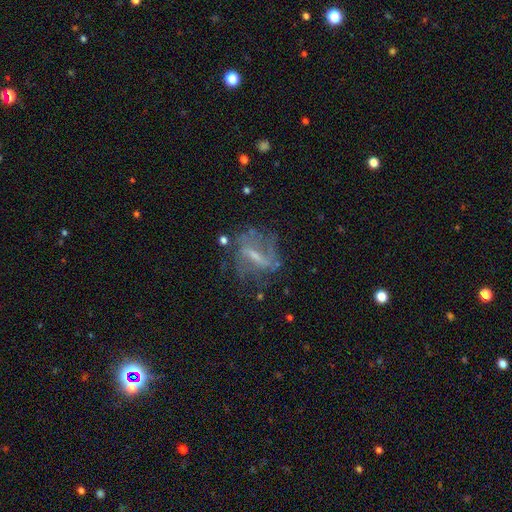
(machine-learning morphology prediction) A featured or disk galaxy (71%) with a weak bar (42%), spiral arms (68%) and a small central bulge (43%). Merging: none (54%).